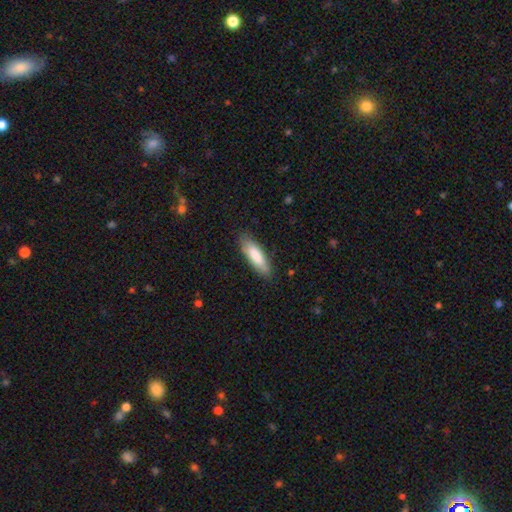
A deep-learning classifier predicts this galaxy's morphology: Smooth or featured: smooth — 80% (featured or disk — 15%)
How rounded: cigar-shaped — 50% (in between — 49%)
Merging: none — 82% (minor disturbance — 14%)